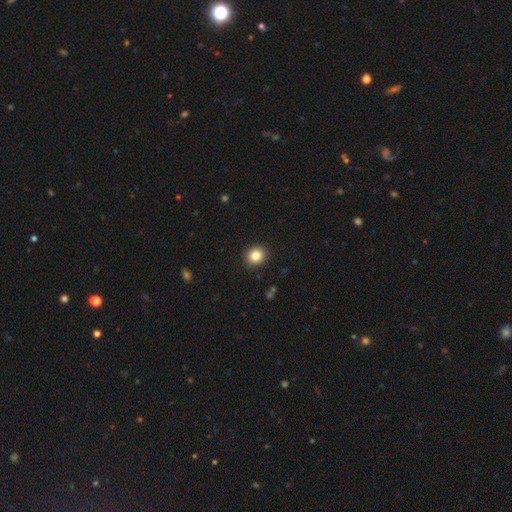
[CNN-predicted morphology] A smooth galaxy with no disk features (84%) that is round (81%). Merging: none (91%).